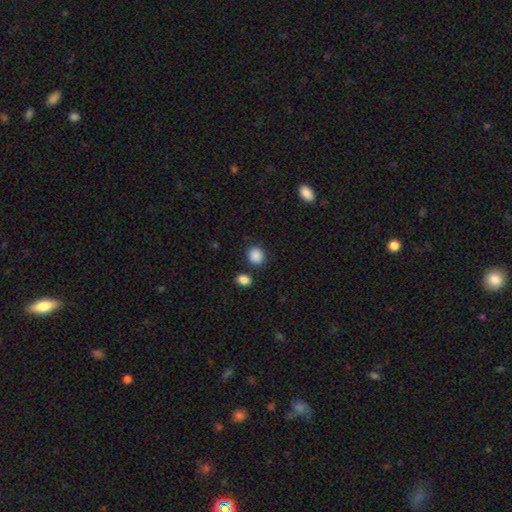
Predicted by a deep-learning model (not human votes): Smooth or featured?
  - smooth: 88% *
  - star or artifact: 9%
  - featured or disk: 3%
How rounded?
  - round: 81% *
  - in between: 18%
  - cigar-shaped: 1%
Merging?
  - none: 84% *
  - minor disturbance: 9%
  - merger: 5%
  - major disturbance: 3%